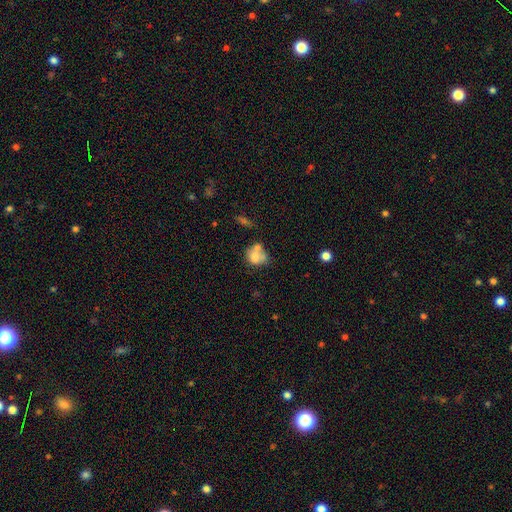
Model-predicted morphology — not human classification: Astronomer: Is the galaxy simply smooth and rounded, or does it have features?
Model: smooth — 68%.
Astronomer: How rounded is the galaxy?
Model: round — 56% (runner-up: in between, 42%).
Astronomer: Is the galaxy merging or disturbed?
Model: merger — 43% (runner-up: none, 28%).